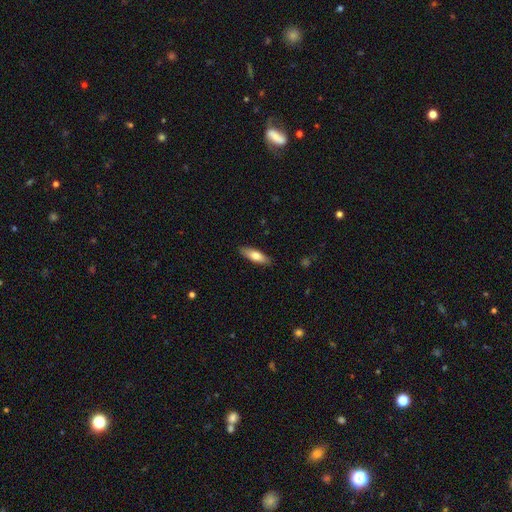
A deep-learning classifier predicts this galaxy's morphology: This appears to be a smooth galaxy with no disk features (73%) that is in between round and cigar-shaped (53%). Merging: none (89%).